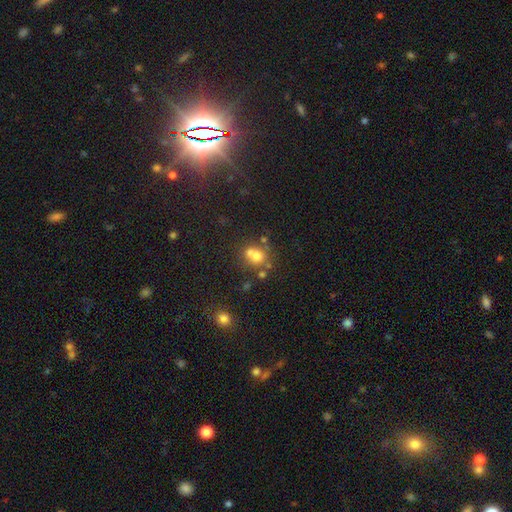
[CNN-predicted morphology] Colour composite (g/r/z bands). It shows a smooth galaxy with no disk features (65%) that is round (78%). Merging: none (45%).